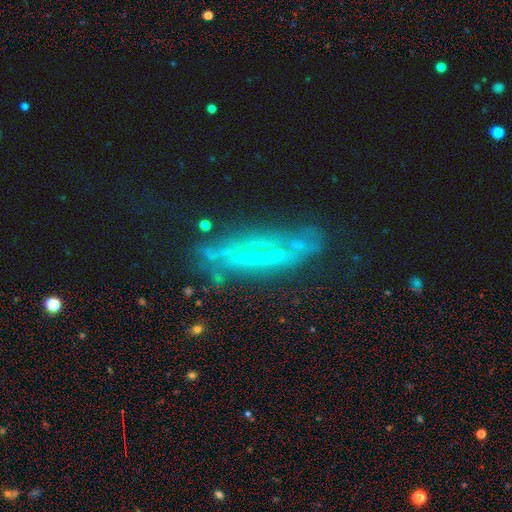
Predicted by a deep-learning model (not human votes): Smooth or featured? featured or disk (62%)
Edge-on disk? yes (58%)
Merging? none (59%)